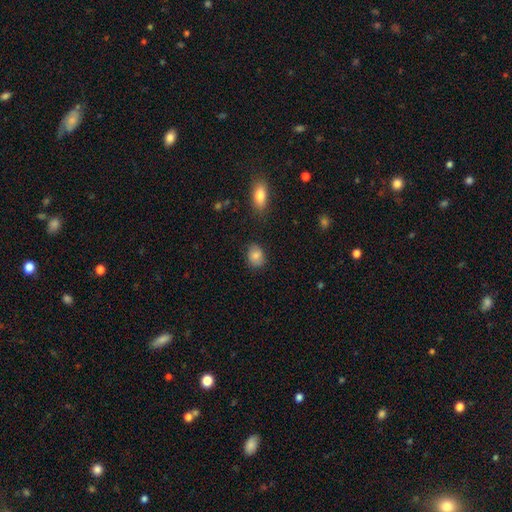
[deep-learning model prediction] Smooth or featured? smooth (82%)
How rounded? in between (60%)
Merging? none (80%)